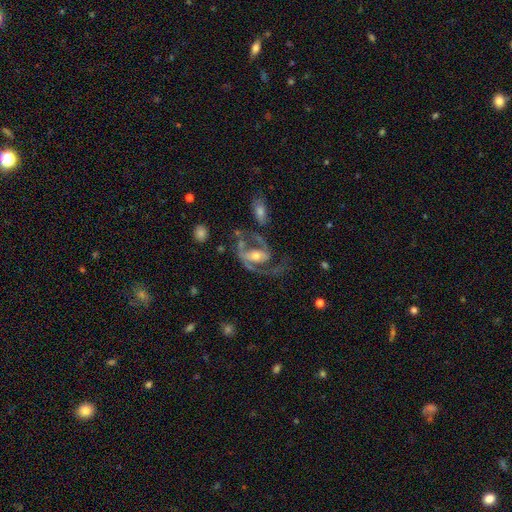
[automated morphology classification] The model was most divided on "bar": strong: 38%, weak: 34%, no: 28%. Remaining: edge-on disk — no (96%); spiral arms — yes (89%); smooth or featured — featured or disk (84%); spiral arm count — 2 (78%); bulge size — moderate (59%); spiral winding — medium (54%); merging — none (44%).